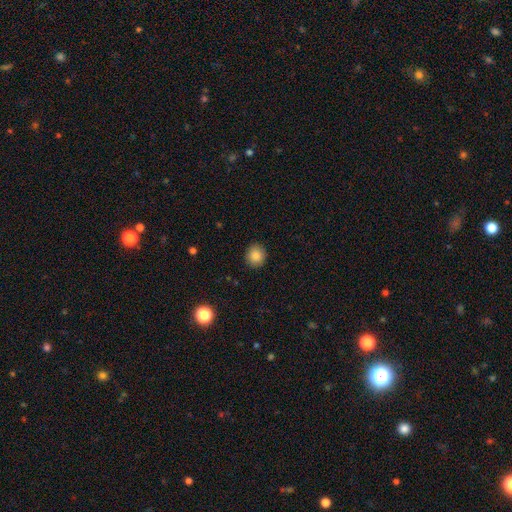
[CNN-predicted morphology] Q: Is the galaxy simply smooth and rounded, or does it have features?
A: smooth — 85%.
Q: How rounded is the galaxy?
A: round — 85%.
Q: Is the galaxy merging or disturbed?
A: none — 91%.